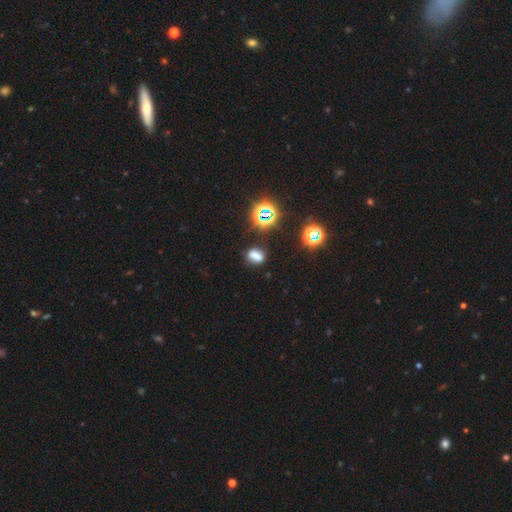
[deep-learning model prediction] smooth 63%, star or artifact 26%, featured or disk 11%. Down the decision tree: how rounded — in between (70%); merging — none (71%).